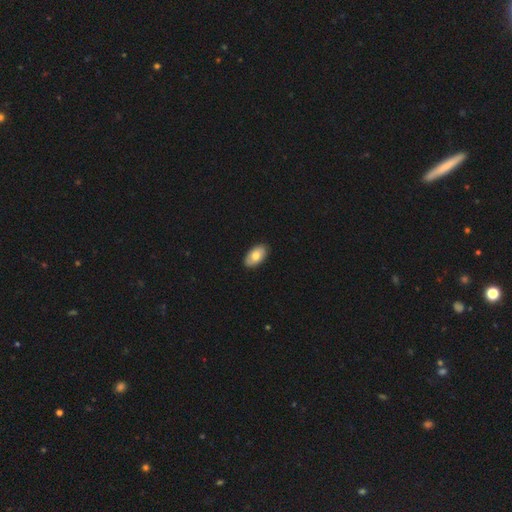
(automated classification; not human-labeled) Morphology: type=smooth (75%); roundness=in between (95%); merging=none (89%).